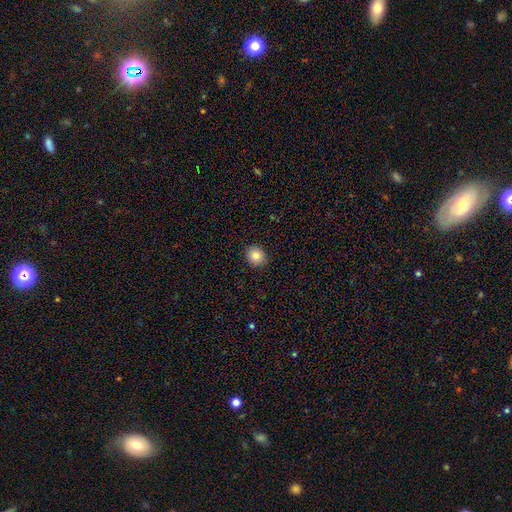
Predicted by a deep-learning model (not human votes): This appears to be a smooth galaxy with no disk features (84%) that is round (81%). Merging: none (90%).